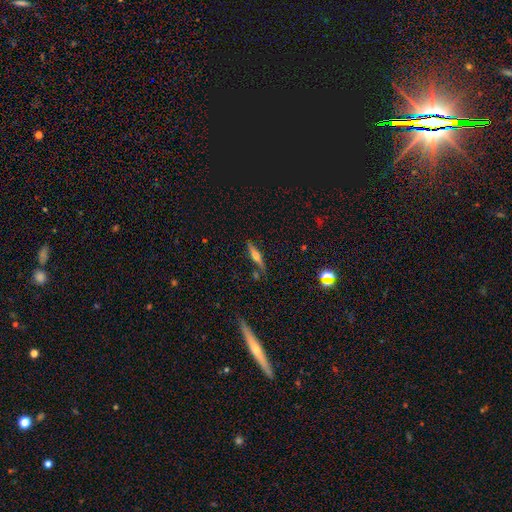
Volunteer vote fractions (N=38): smooth_or_featured: featured or disk (p=0.58) [alt: smooth p=0.37]
disk_edge_on: yes (p=0.91) [alt: no p=0.09]
edge_on_bulge: rounded (p=0.90) [alt: boxy p=0.10]
merging: none (p=0.67) [alt: minor disturbance p=0.19]